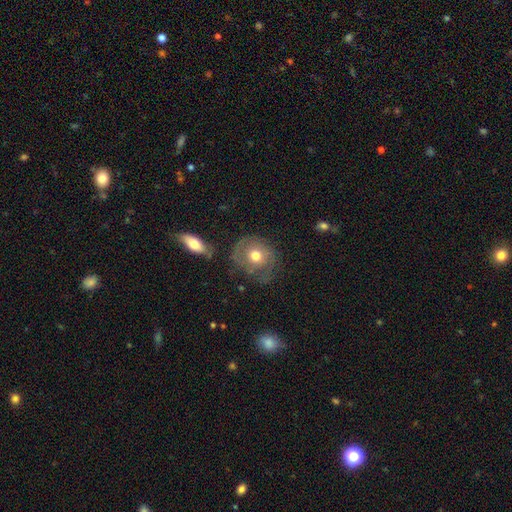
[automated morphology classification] Smooth or featured? Predicted: smooth (p=0.54). How rounded? Predicted: round (p=0.74). Merging? Predicted: none (p=0.61).